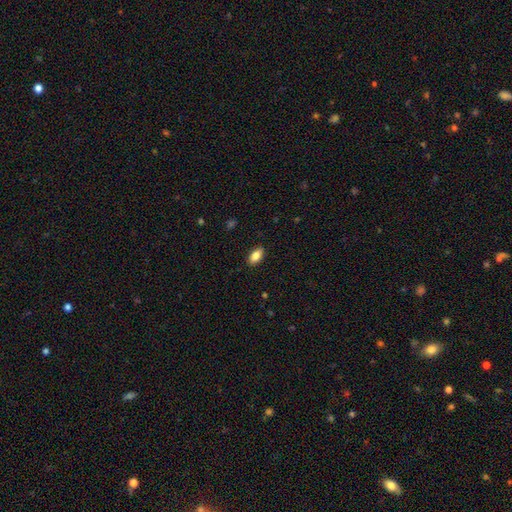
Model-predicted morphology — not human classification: Smooth or featured: smooth — 84% (featured or disk — 9%)
How rounded: in between — 91% (round — 4%)
Merging: none — 89% (minor disturbance — 8%)